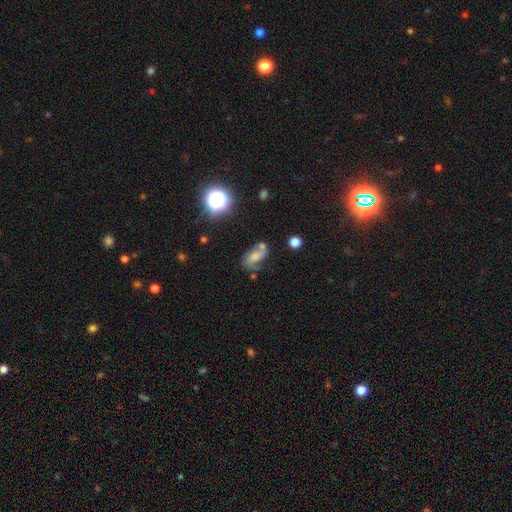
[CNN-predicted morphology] Smooth or featured: featured or disk — 54% (smooth — 31%)
Edge-on disk: no — 94% (yes — 6%)
Bar: no — 59% (weak — 32%)
Spiral arms: yes — 82% (no — 18%)
Bulge size: moderate — 40% (small — 28%)
Merging: none — 46% (minor disturbance — 21%)